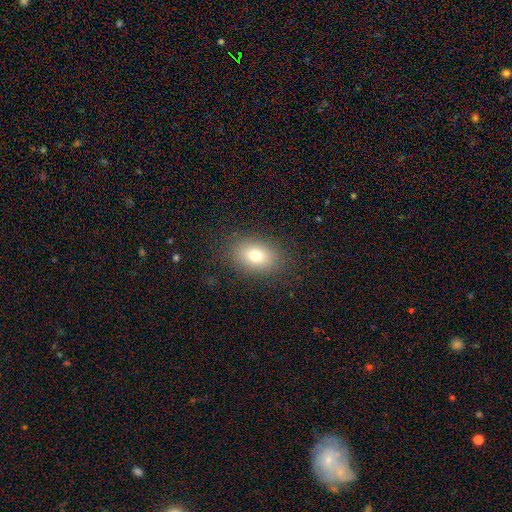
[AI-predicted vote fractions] smooth 77%, star or artifact 12%, featured or disk 11%. Down the decision tree: how rounded — in between (75%); merging — none (85%).